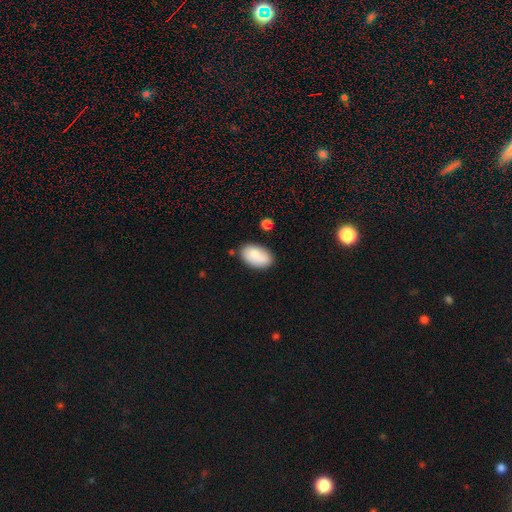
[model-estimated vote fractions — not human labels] This is clearly a smooth galaxy (84%). How rounded: clearly in between (94%). Merging: likely none (74%).